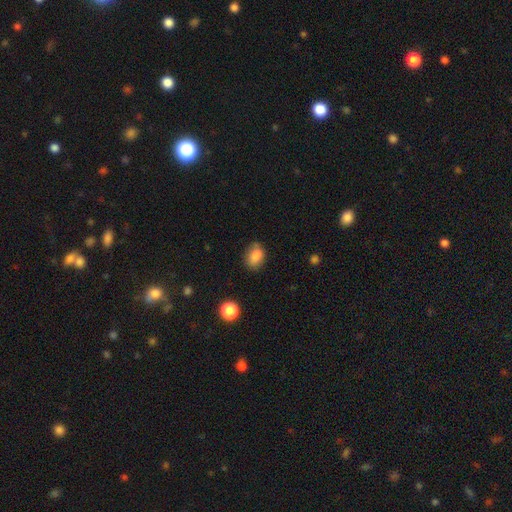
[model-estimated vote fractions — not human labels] A smooth galaxy with no disk features (83%) that is in between round and cigar-shaped (75%).

Vote fractions:
- Smooth or featured? smooth: 83% / star or artifact: 10% / featured or disk: 7%
- How rounded? in between: 75% / round: 23% / cigar-shaped: 2%
- Merging? none: 68% / minor disturbance: 23% / major disturbance: 5% / merger: 4%